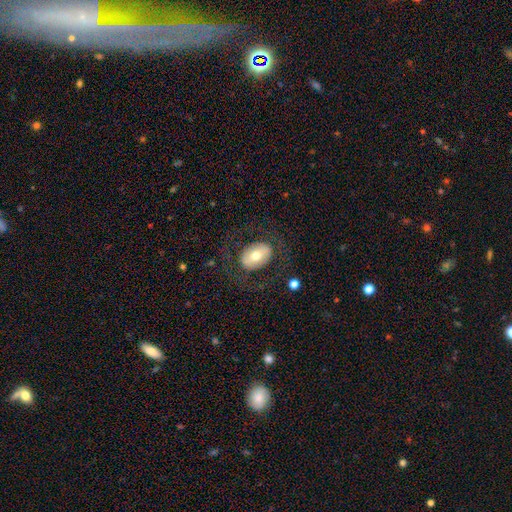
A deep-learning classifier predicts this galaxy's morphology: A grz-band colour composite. It shows a smooth galaxy with no disk features (56%) that is in between round and cigar-shaped (78%). Merging: none (74%).